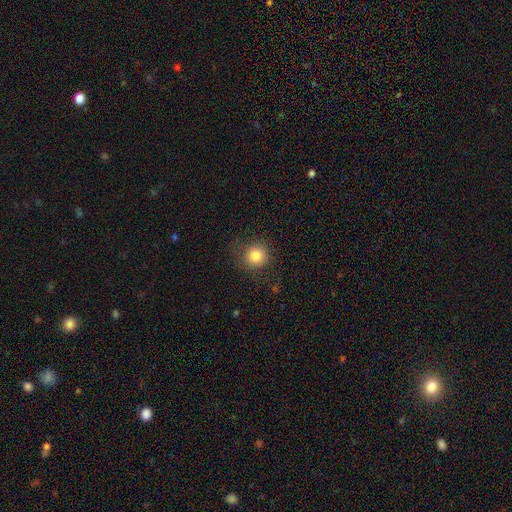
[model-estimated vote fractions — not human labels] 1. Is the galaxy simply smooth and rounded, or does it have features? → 82% smooth, 11% star or artifact, 6% featured or disk.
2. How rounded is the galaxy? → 90% round, 9% in between, 1% cigar-shaped.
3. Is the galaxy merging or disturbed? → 85% none, 10% minor disturbance, 4% major disturbance, 1% merger.